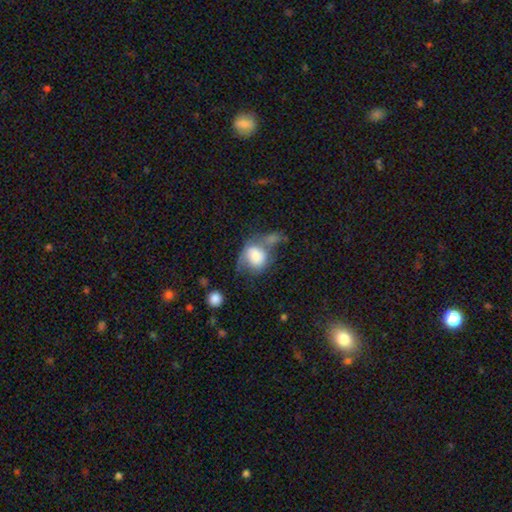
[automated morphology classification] This appears to be a smooth galaxy with no disk features (71%) that is round (53%). Merging: merger (34%).